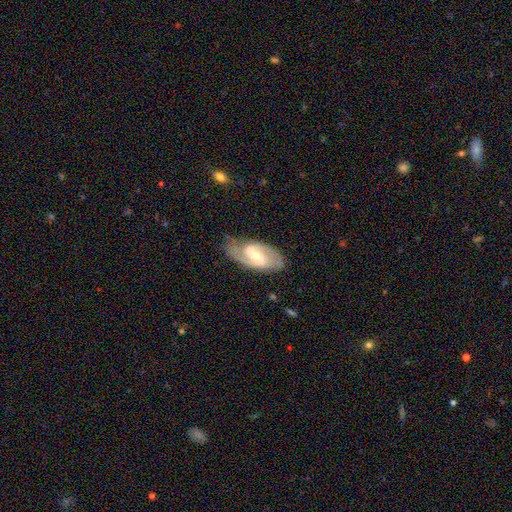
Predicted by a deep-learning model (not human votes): Smooth or featured? featured or disk (85%)
Edge-on disk? no (96%)
Bar? weak (45%)
Spiral arms? yes (94%)
Spiral winding? medium (52%)
Spiral arm count? 2 (88%)
Bulge size? small (49%)
Merging? none (77%)